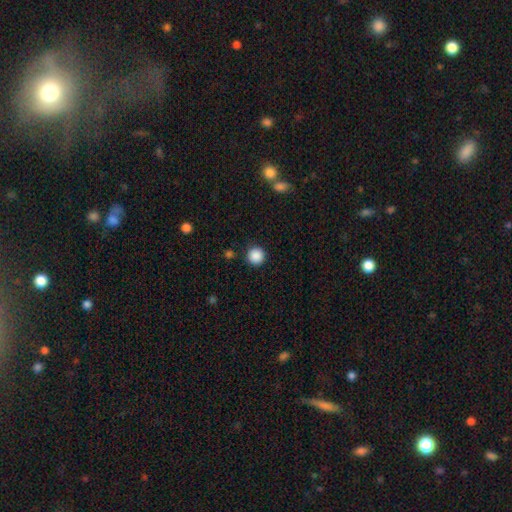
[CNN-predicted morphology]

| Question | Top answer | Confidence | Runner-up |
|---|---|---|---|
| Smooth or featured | smooth | 88% | star or artifact (9%) |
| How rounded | round | 96% | in between (3%) |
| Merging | none | 90% | minor disturbance (6%) |